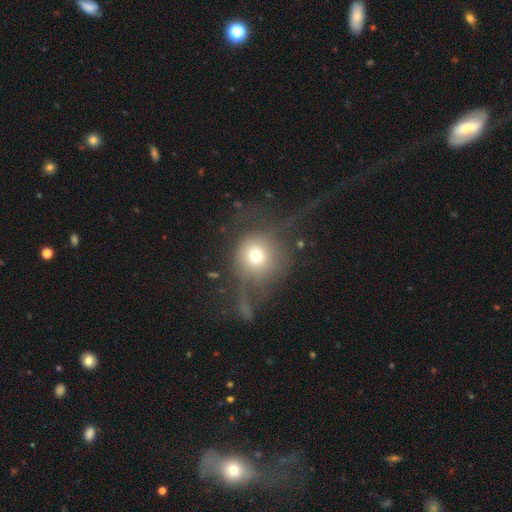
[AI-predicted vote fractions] Smooth or featured: smooth — 65% (featured or disk — 21%)
How rounded: round — 90% (in between — 9%)
Merging: major disturbance — 44% (none — 37%)